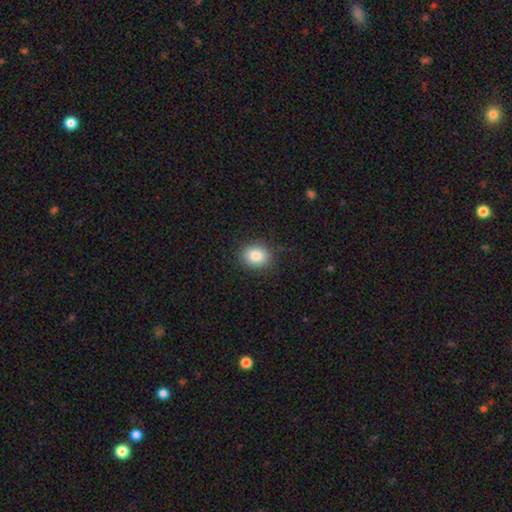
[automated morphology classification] smooth-or-featured: smooth: 85% | star or artifact: 9% | featured or disk: 6%
  how-rounded: round: 62% | in between: 37% | cigar-shaped: 1%
  merging: none: 87% | minor disturbance: 9% | major disturbance: 3% | merger: 1%